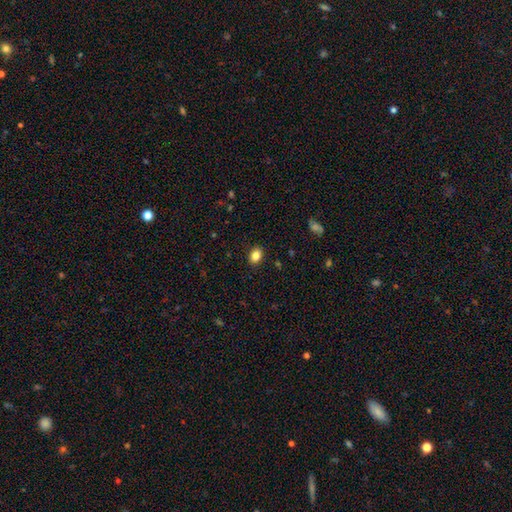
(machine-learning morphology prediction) This is clearly a smooth galaxy (85%). How rounded: likely in between (68%). Merging: clearly none (89%).